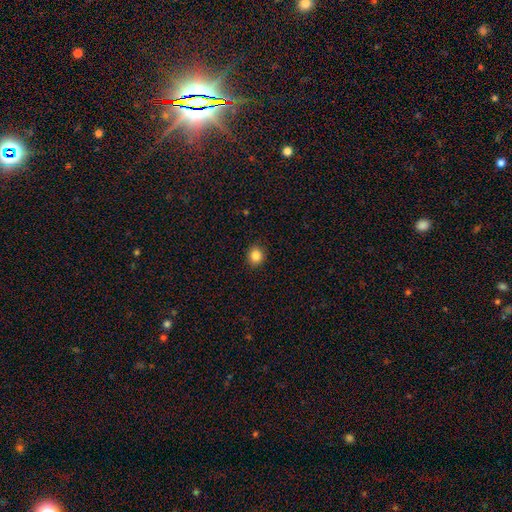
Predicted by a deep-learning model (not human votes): smooth-or-featured: smooth: 86% | star or artifact: 10% | featured or disk: 4%
  how-rounded: round: 84% | in between: 15% | cigar-shaped: 1%
  merging: none: 92% | minor disturbance: 6% | major disturbance: 2% | merger: 1%